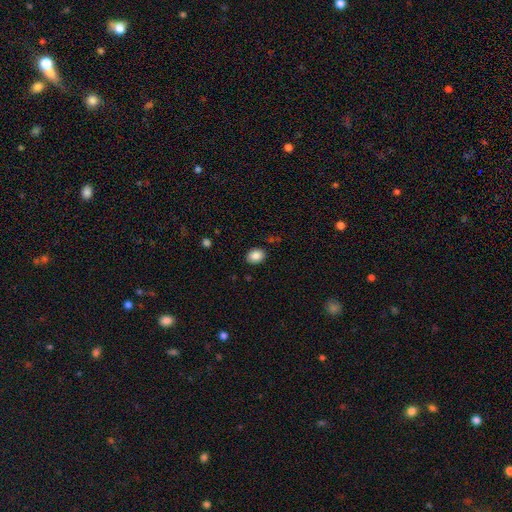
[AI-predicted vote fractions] Smooth or featured: smooth — 88% (star or artifact — 9%)
How rounded: in between — 59% (round — 40%)
Merging: none — 88% (minor disturbance — 8%)